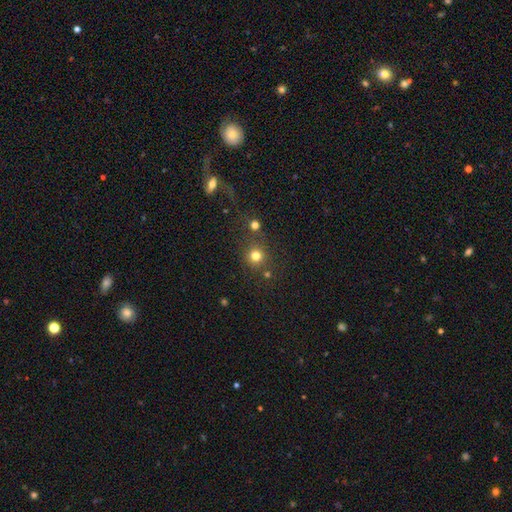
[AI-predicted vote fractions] smooth-or-featured: smooth: 76% | star or artifact: 17% | featured or disk: 7%
  how-rounded: round: 92% | in between: 7% | cigar-shaped: 1%
  merging: none: 74% | merger: 12% | minor disturbance: 9% | major disturbance: 5%